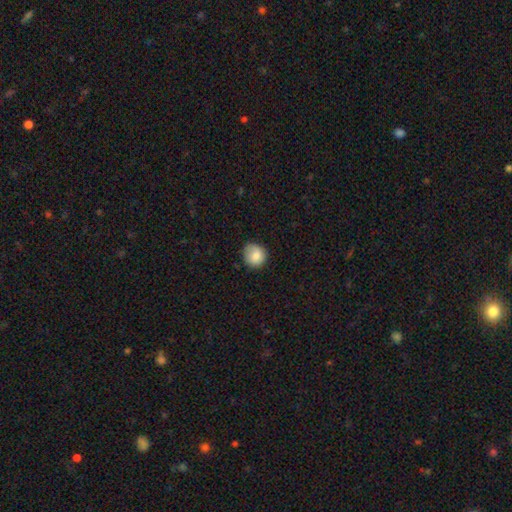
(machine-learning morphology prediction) A smooth galaxy with no disk features (83%) that is round (87%). Merging: none (75%).